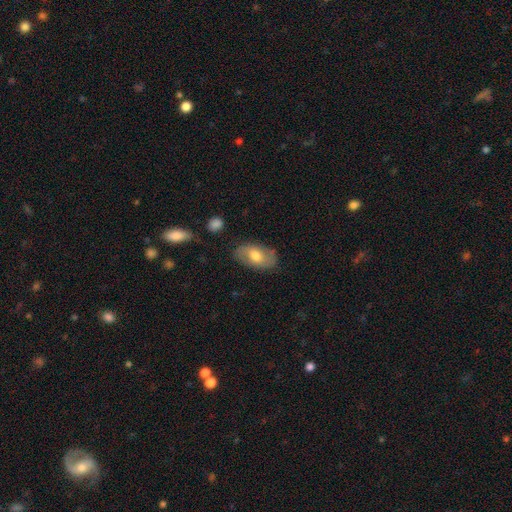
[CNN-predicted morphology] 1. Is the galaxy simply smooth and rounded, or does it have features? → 57% smooth, 37% featured or disk, 7% star or artifact.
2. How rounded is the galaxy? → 92% in between, 6% round, 2% cigar-shaped.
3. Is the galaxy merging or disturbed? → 79% none, 15% minor disturbance, 4% major disturbance, 2% merger.